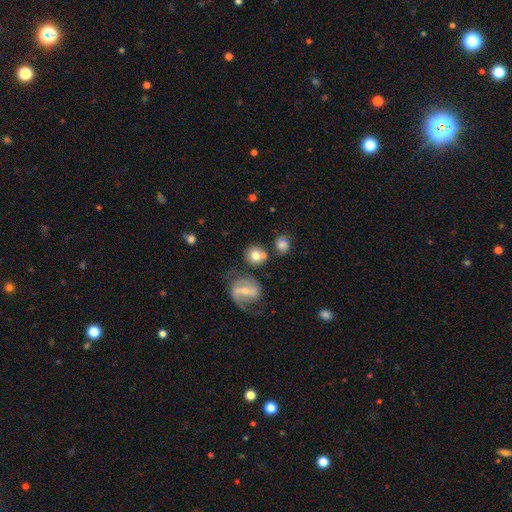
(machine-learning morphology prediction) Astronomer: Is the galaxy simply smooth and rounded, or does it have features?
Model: smooth — 69%.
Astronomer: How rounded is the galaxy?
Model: round — 86%.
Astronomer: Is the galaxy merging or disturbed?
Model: none — 65%.